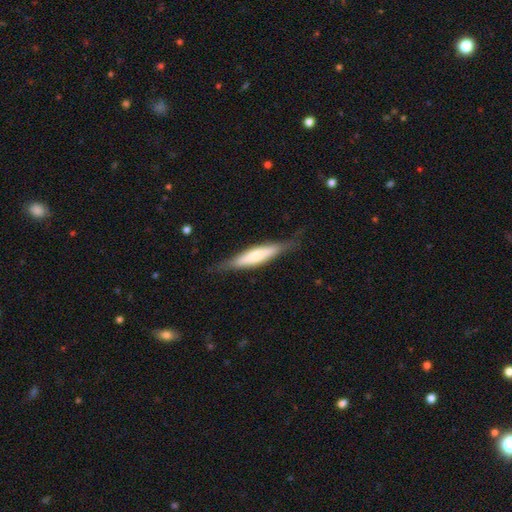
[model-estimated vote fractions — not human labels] Overall: featured or disk (50%; smooth 45%). Merging: none (78%).